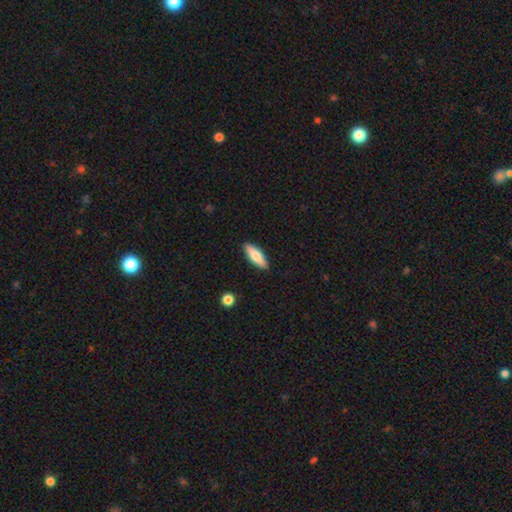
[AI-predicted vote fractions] This is likely a smooth galaxy (68%). How rounded: possibly in between (54%). Merging: clearly none (89%).